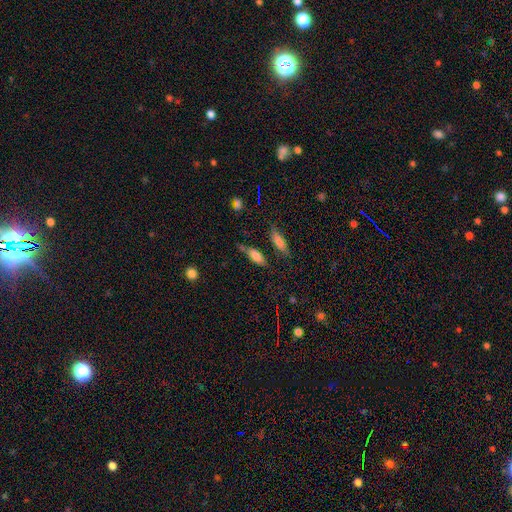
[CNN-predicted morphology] Overall: smooth (77%). How rounded: in between (68%; cigar-shaped 29%). Merging: none (62%).